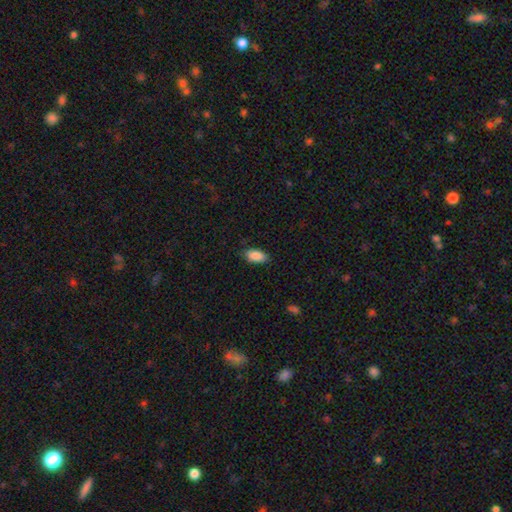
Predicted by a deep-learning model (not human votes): Smooth or featured? smooth (89%)
How rounded? in between (92%)
Merging? none (83%)